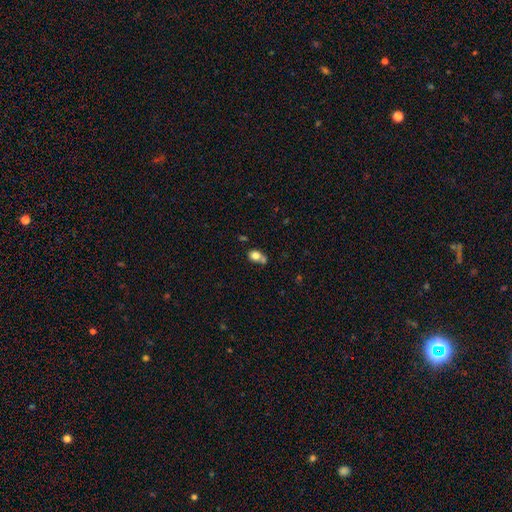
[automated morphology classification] smooth 78%, featured or disk 11%, star or artifact 11%. Down the decision tree: how rounded — round (54%); merging — none (44%).